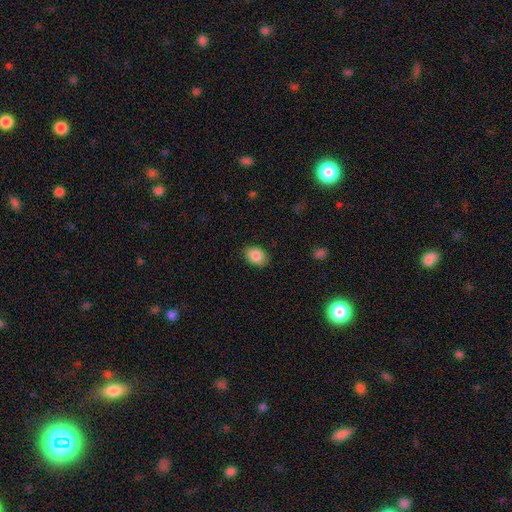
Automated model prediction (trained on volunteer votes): smooth_or_featured: smooth (p=0.87) [alt: star or artifact p=0.08]
how_rounded: in between (p=0.70) [alt: round p=0.29]
merging: none (p=0.86) [alt: minor disturbance p=0.10]